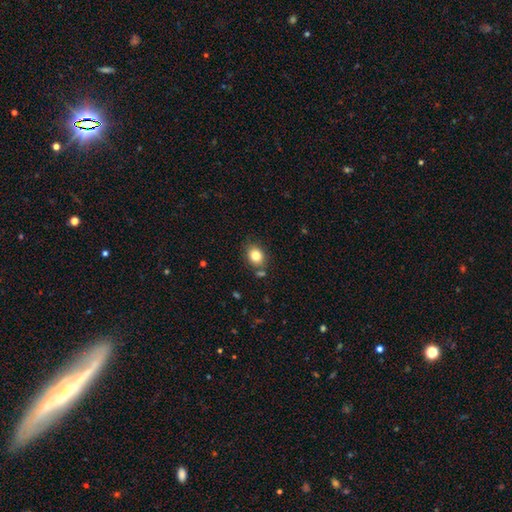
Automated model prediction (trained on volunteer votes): Overall: smooth (83%). How rounded: round (50%; in between 49%). Merging: none (78%).